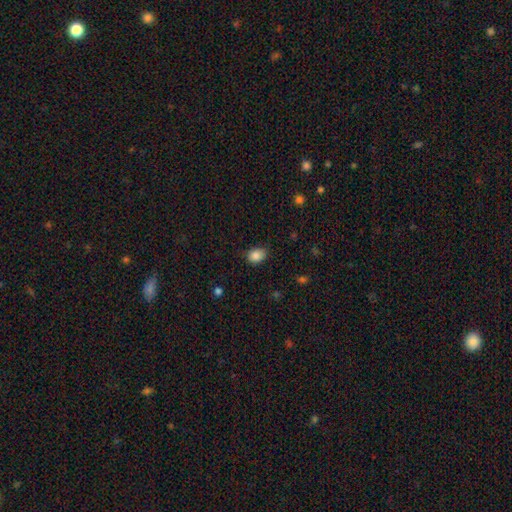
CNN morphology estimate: smooth-or-featured: smooth: 86% | star or artifact: 9% | featured or disk: 4%
  how-rounded: in between: 60% | round: 39% | cigar-shaped: 1%
  merging: none: 77% | minor disturbance: 18% | major disturbance: 3% | merger: 1%